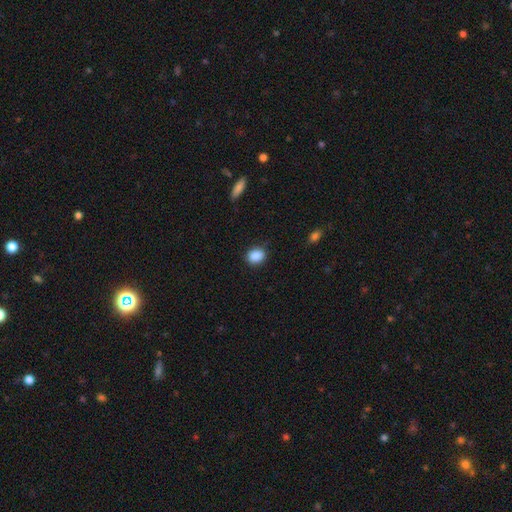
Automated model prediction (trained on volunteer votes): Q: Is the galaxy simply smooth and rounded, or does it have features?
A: smooth — 88%.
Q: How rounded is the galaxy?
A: round — 54%.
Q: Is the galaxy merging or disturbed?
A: none — 83%.